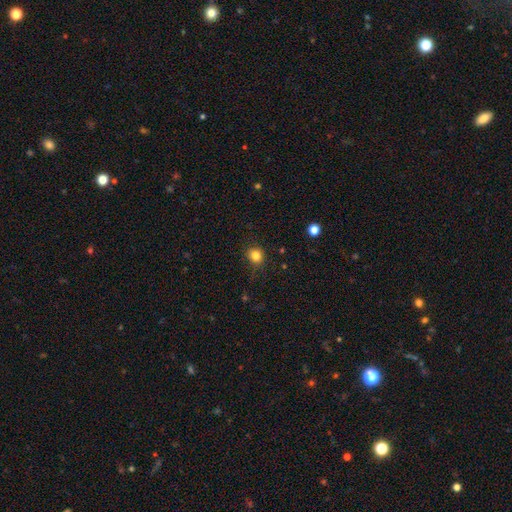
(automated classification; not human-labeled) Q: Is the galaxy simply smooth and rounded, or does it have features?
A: smooth — 83%.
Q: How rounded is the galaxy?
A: round — 81%.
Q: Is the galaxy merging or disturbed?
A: none — 85%.